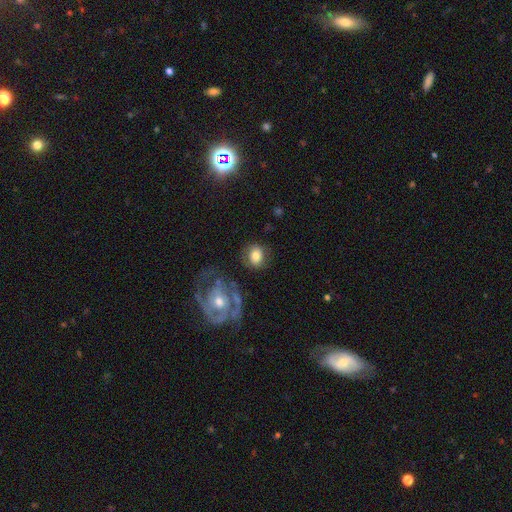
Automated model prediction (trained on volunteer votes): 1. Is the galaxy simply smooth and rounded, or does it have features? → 71% smooth, 21% featured or disk, 8% star or artifact.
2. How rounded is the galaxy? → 65% round, 34% in between, 1% cigar-shaped.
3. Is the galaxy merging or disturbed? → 74% none, 14% minor disturbance, 7% major disturbance, 5% merger.